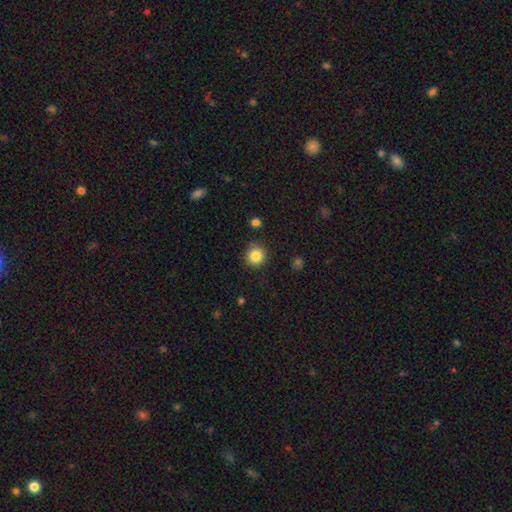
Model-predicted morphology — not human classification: Overall: smooth (84%). How rounded: round (91%). Merging: none (85%).